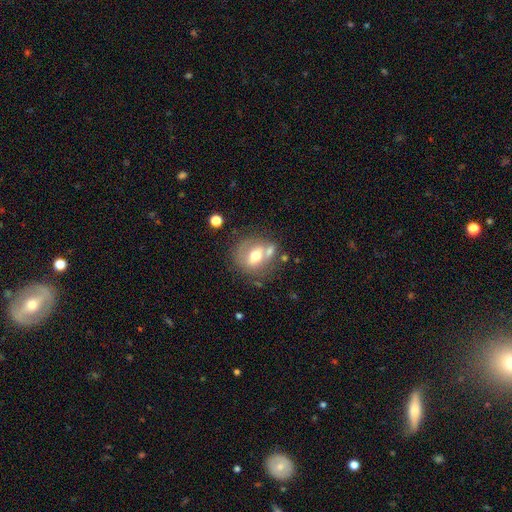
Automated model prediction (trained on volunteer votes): Smooth or featured?
  - smooth: 51% *
  - featured or disk: 39%
  - star or artifact: 9%
How rounded?
  - round: 62% *
  - in between: 36%
  - cigar-shaped: 2%
Merging?
  - none: 50% *
  - merger: 25%
  - minor disturbance: 17%
  - major disturbance: 8%